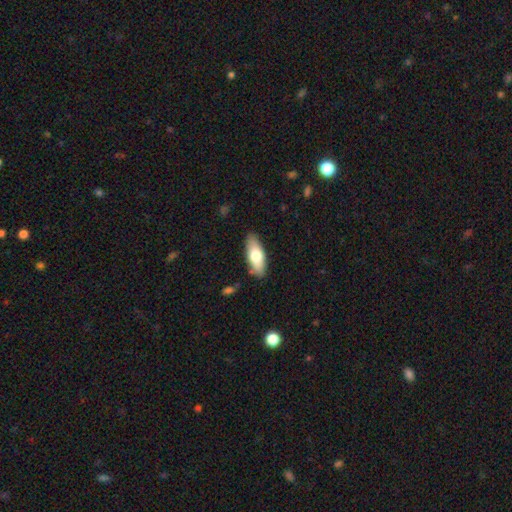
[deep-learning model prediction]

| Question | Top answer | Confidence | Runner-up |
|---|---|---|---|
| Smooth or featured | smooth | 70% | featured or disk (25%) |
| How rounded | in between | 77% | cigar-shaped (21%) |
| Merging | none | 84% | minor disturbance (12%) |